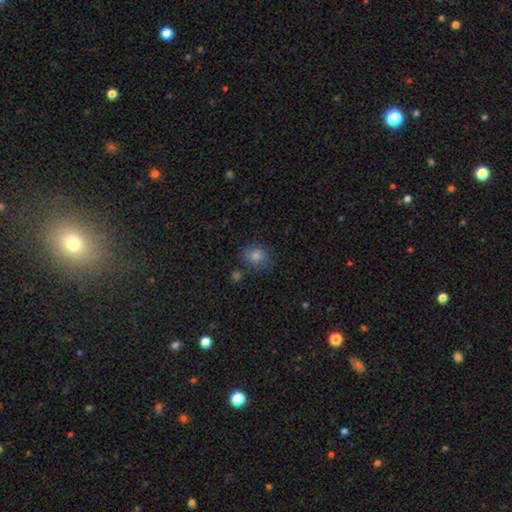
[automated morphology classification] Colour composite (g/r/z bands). It shows a smooth galaxy with no disk features (71%) that is round (70%). Merging: none (75%).